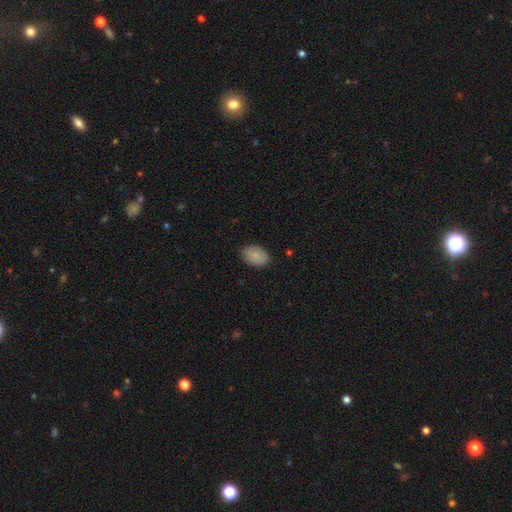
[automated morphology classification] Smooth or featured?
  - smooth: 88% *
  - star or artifact: 7%
  - featured or disk: 6%
How rounded?
  - in between: 84% *
  - round: 15%
  - cigar-shaped: 1%
Merging?
  - none: 87% *
  - minor disturbance: 10%
  - major disturbance: 2%
  - merger: 1%